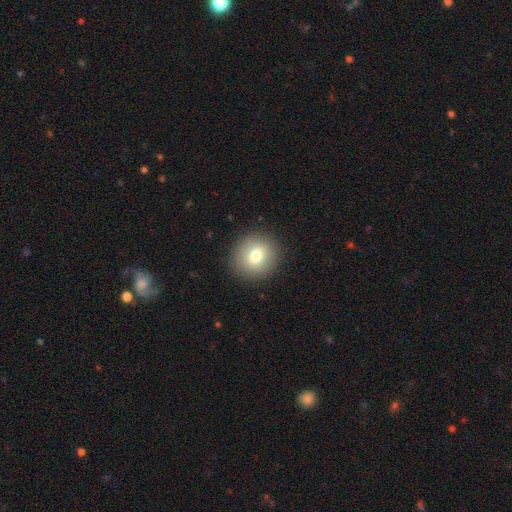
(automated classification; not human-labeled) Smooth or featured?
  - smooth: 76% *
  - featured or disk: 15%
  - star or artifact: 10%
How rounded?
  - round: 89% *
  - in between: 10%
  - cigar-shaped: 1%
Merging?
  - none: 90% *
  - minor disturbance: 7%
  - major disturbance: 3%
  - merger: 1%